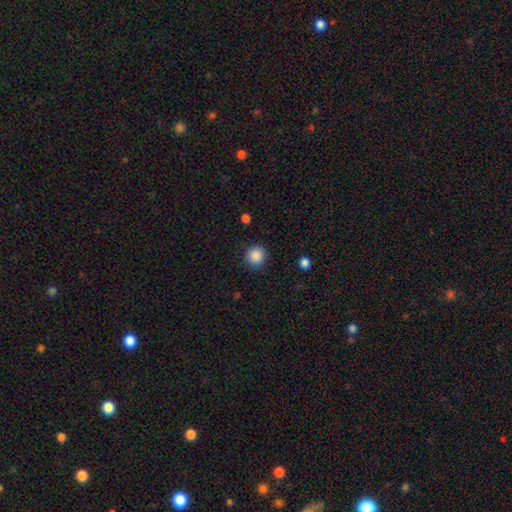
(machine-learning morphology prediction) smooth-or-featured: smooth: 88% | star or artifact: 9% | featured or disk: 3%
  how-rounded: round: 93% | in between: 6% | cigar-shaped: 1%
  merging: none: 88% | minor disturbance: 8% | major disturbance: 3% | merger: 1%